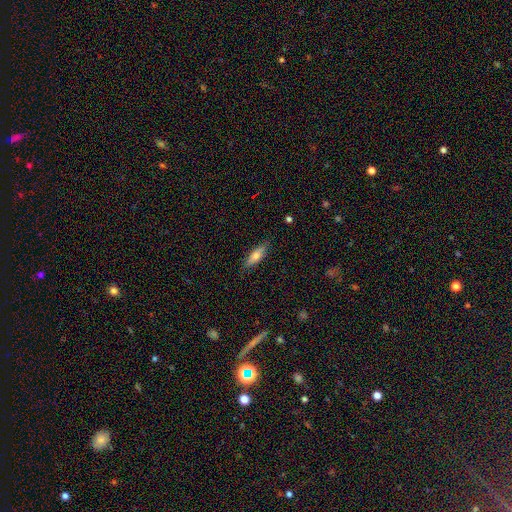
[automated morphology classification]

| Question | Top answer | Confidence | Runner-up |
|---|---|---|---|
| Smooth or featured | smooth | 66% | featured or disk (27%) |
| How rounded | cigar-shaped | 53% | in between (45%) |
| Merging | none | 85% | minor disturbance (12%) |